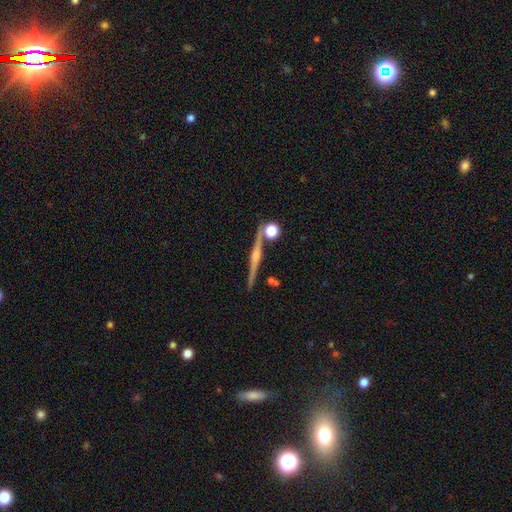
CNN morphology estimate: Smooth or featured? Predicted: featured or disk (p=0.58). Edge-on disk? Predicted: yes (p=0.88). Edge-on bulge? Predicted: rounded (p=0.68). Merging? Predicted: none (p=0.72).